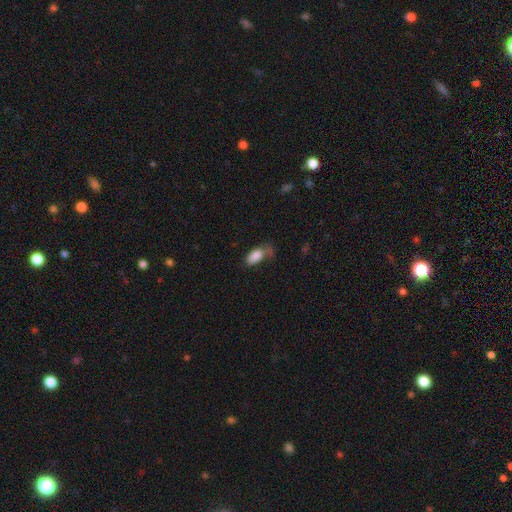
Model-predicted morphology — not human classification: Smooth or featured? smooth (85%)
How rounded? in between (92%)
Merging? none (40%)